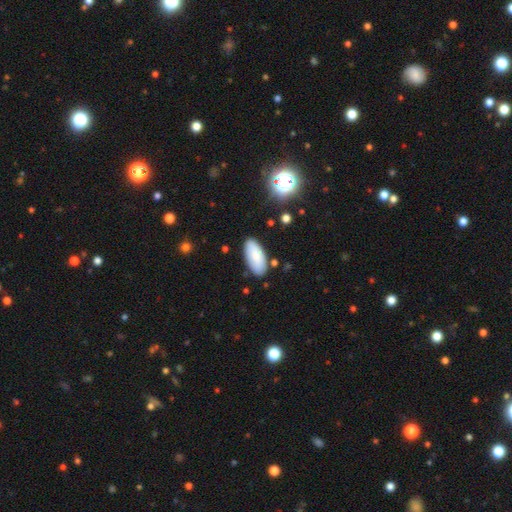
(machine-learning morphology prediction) Q: Smooth or featured?
A: smooth (83%); runner-up: featured or disk (10%)
Q: How rounded?
A: in between (88%); runner-up: cigar-shaped (10%)
Q: Merging?
A: none (83%); runner-up: minor disturbance (12%)